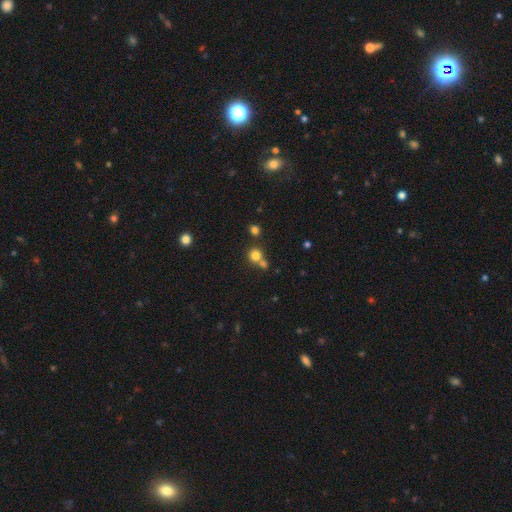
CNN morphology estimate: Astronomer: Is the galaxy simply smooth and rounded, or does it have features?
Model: smooth — 78%.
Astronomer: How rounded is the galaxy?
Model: round — 90%.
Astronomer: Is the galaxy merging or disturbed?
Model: none — 58%.